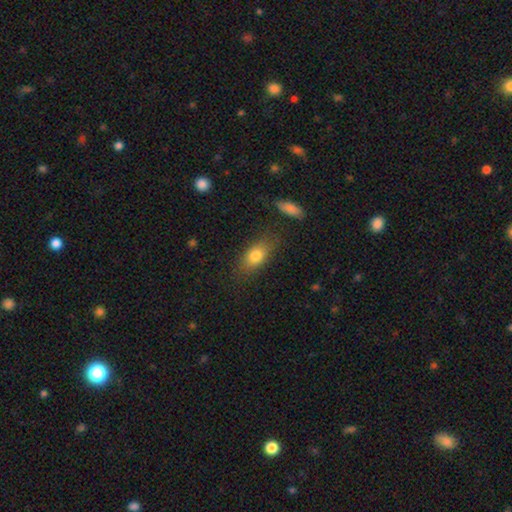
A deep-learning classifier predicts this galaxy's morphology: Smooth or featured? Predicted: smooth (p=0.80). How rounded? Predicted: in between (p=0.81). Merging? Predicted: none (p=0.76).